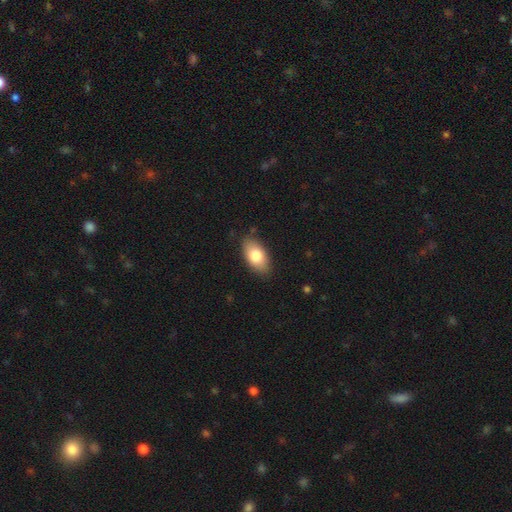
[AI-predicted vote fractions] Q: Smooth or featured?
A: smooth (79%); runner-up: featured or disk (14%)
Q: How rounded?
A: in between (93%); runner-up: round (4%)
Q: Merging?
A: none (84%); runner-up: minor disturbance (12%)